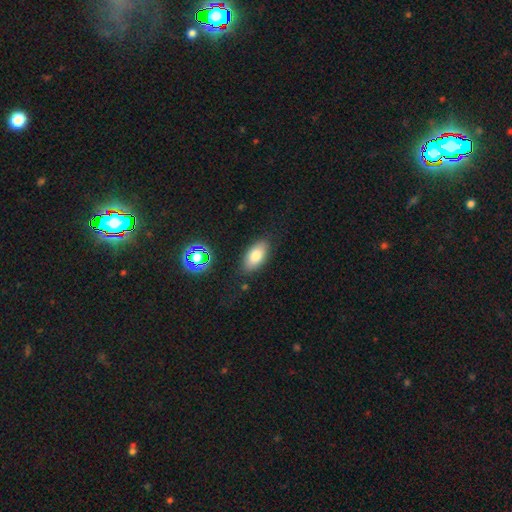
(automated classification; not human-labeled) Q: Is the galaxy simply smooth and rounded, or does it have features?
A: smooth — 79%.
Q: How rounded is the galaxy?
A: in between — 90%.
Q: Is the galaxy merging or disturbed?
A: none — 84%.